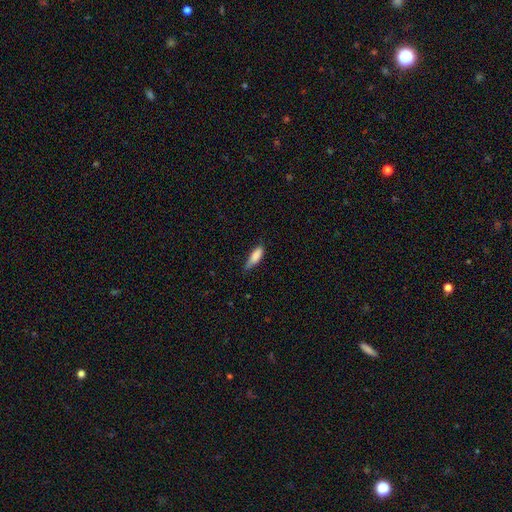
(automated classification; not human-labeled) This appears to be a smooth galaxy with no disk features (86%) that is in between round and cigar-shaped (61%). Merging: none (50%).